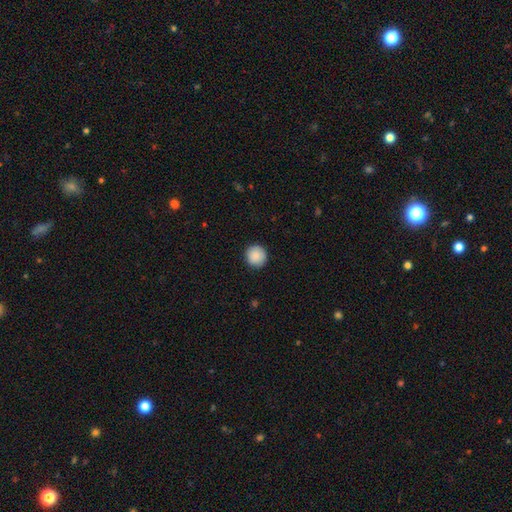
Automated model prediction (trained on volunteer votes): Overall: smooth (90%). How rounded: round (94%). Merging: none (91%).